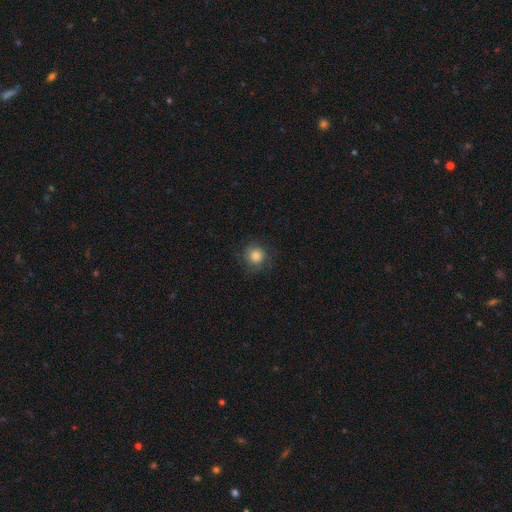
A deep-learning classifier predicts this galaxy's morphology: Overall: smooth (68%). How rounded: round (90%). Merging: none (74%).